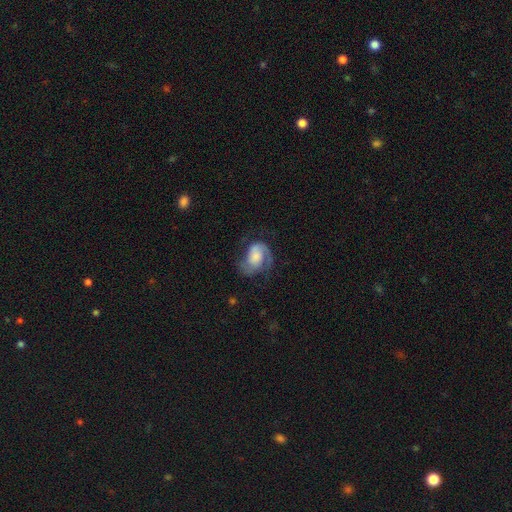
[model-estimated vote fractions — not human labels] Smooth or featured? Predicted: featured or disk (p=0.70). Edge-on disk? Predicted: no (p=0.98). Bar? Predicted: no (p=0.64). Spiral arms? Predicted: yes (p=0.92). Spiral winding? Predicted: medium (p=0.47). Spiral arm count? Predicted: 2 (p=0.69). Bulge size? Predicted: large (p=0.28). Merging? Predicted: none (p=0.52).